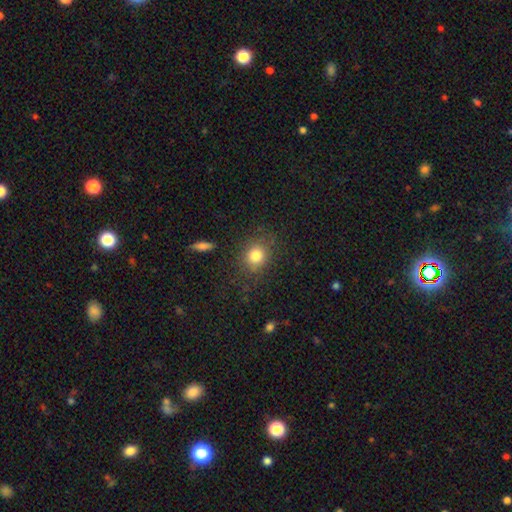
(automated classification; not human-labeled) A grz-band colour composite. It shows a smooth galaxy with no disk features (81%) that is round (70%). Merging: none (80%).